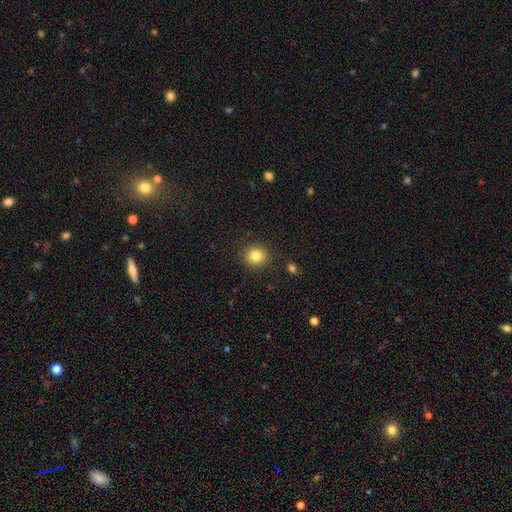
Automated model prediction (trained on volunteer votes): smooth_or_featured: smooth (p=0.83) [alt: star or artifact p=0.11]
how_rounded: round (p=0.86) [alt: in between p=0.13]
merging: none (p=0.89) [alt: minor disturbance p=0.07]